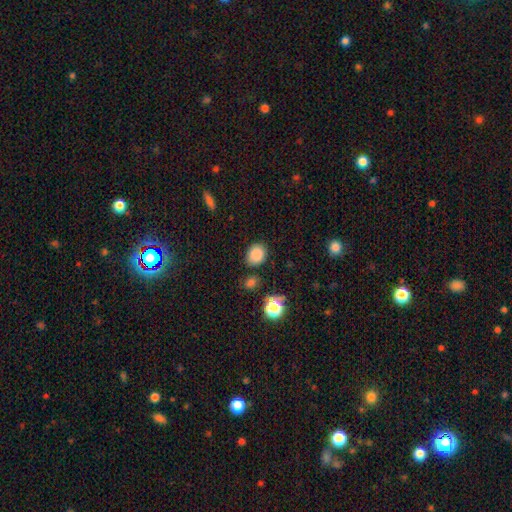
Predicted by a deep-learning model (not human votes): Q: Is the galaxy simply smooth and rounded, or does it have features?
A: smooth — 84%.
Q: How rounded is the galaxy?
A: in between — 50%.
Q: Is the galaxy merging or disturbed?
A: none — 80%.